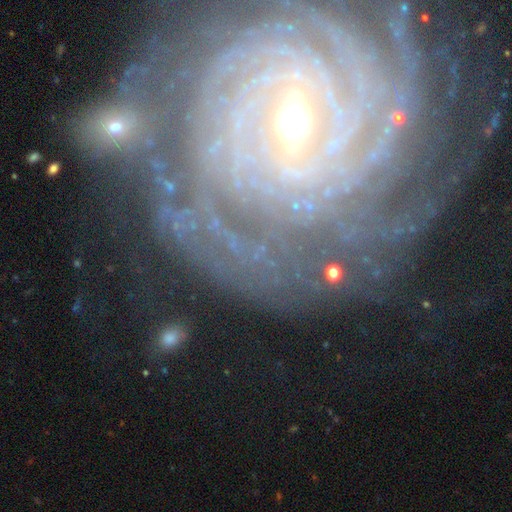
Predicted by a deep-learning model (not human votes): Smooth or featured: featured or disk — 85% (star or artifact — 8%)
Edge-on disk: no — 96% (yes — 4%)
Bar: weak — 36% (tied with no — 36%)
Spiral arms: yes — 92% (no — 8%)
Spiral winding: tight — 82% (medium — 14%)
Spiral arm count: can't tell — 31% (more than 4 — 24%)
Bulge size: moderate — 55% (small — 37%)
Merging: none — 69% (minor disturbance — 15%)